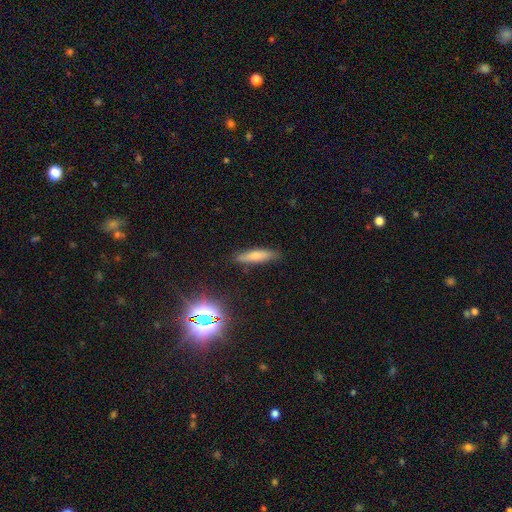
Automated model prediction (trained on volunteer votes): smooth 68%, featured or disk 22%, star or artifact 10%. Down the decision tree: how rounded — cigar-shaped (76%); merging — none (84%).